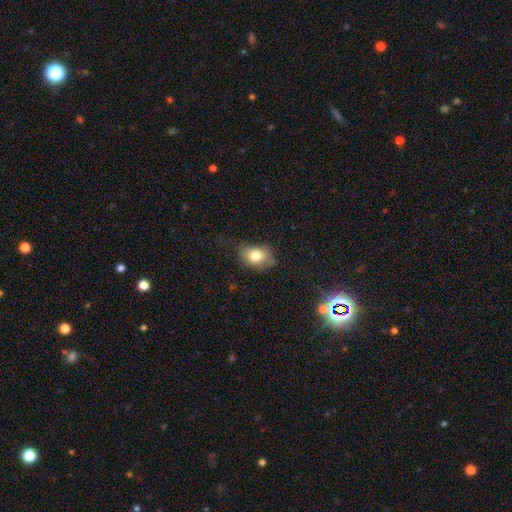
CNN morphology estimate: The model was most divided on "merging": none: 60%, minor disturbance: 29%, major disturbance: 9%, merger: 2%. More confident: smooth or featured — smooth (78%); how rounded — in between (72%).